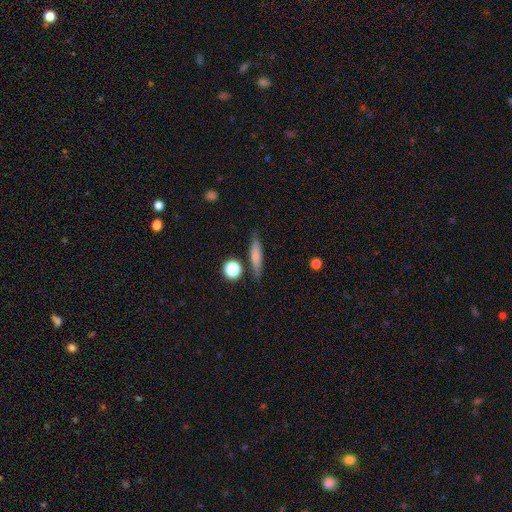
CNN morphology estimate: smooth 70%, featured or disk 21%, star or artifact 8%. Down the decision tree: how rounded — cigar-shaped (80%); merging — none (82%).